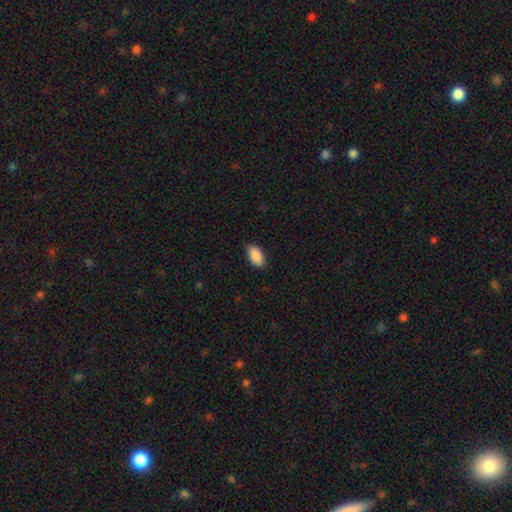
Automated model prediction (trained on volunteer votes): A smooth galaxy with no disk features (90%) that is in between round and cigar-shaped (95%). Merging: none (84%).